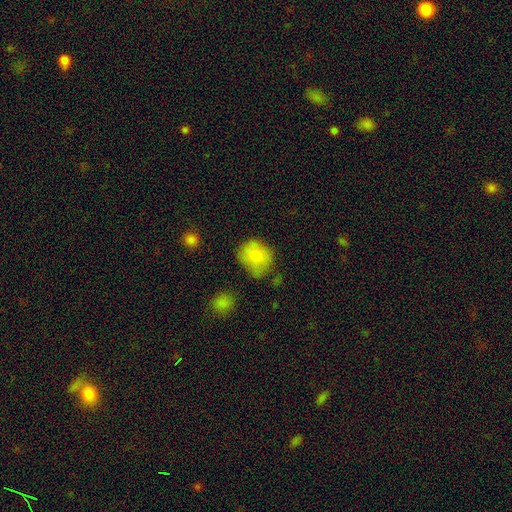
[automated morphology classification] Smooth or featured?
  - smooth: 81% *
  - featured or disk: 11%
  - star or artifact: 8%
How rounded?
  - round: 67% *
  - in between: 32%
  - cigar-shaped: 1%
Merging?
  - none: 55% *
  - minor disturbance: 29%
  - major disturbance: 10%
  - merger: 6%